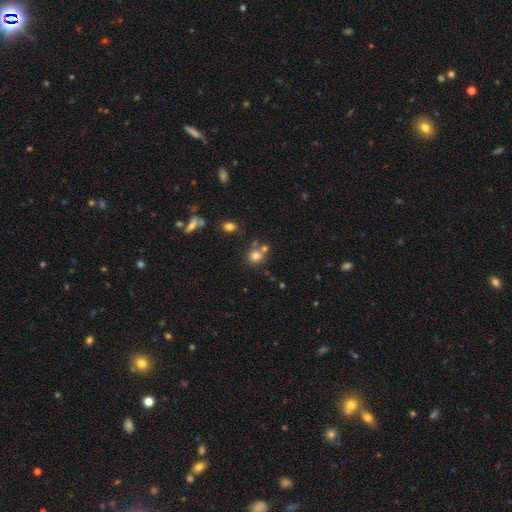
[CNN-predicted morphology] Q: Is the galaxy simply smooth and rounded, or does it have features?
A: smooth — 77%.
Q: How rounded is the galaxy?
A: round — 82%.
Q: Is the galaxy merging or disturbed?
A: none — 59%.